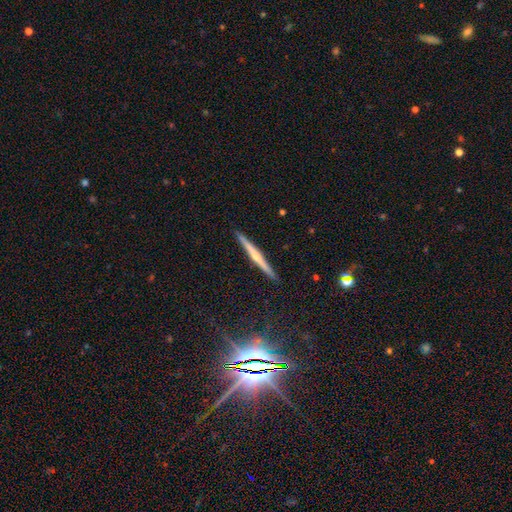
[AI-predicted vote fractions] Smooth or featured: featured or disk — 69% (smooth — 25%)
Edge-on disk: yes — 98% (no — 2%)
Edge-on bulge: rounded — 69% (none — 26%)
Merging: none — 92% (minor disturbance — 6%)